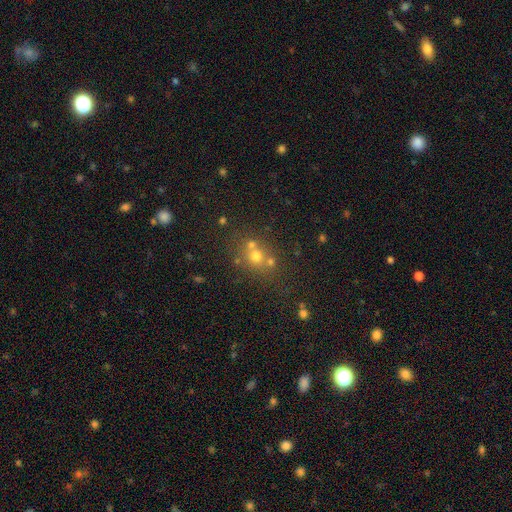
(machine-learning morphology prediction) Overall: smooth (58%; star or artifact 25%). How rounded: round (79%). Merging: none (54%; merger 32%).